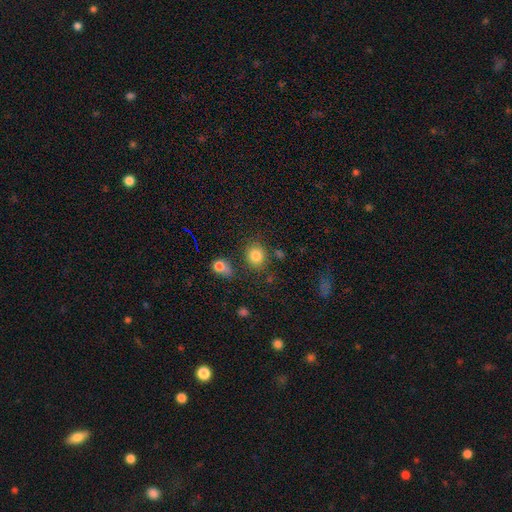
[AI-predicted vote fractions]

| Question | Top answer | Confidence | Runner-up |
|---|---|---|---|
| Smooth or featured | smooth | 83% | star or artifact (11%) |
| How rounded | round | 69% | in between (30%) |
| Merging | none | 75% | minor disturbance (12%) |